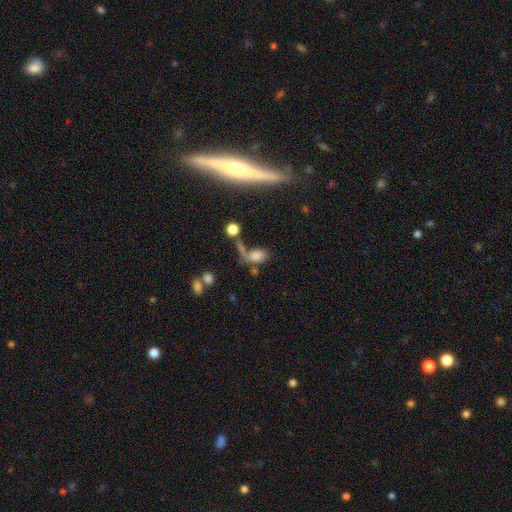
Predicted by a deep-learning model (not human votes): Overall: smooth (67%). How rounded: in between (82%). Merging: merger (29%; none 28%).